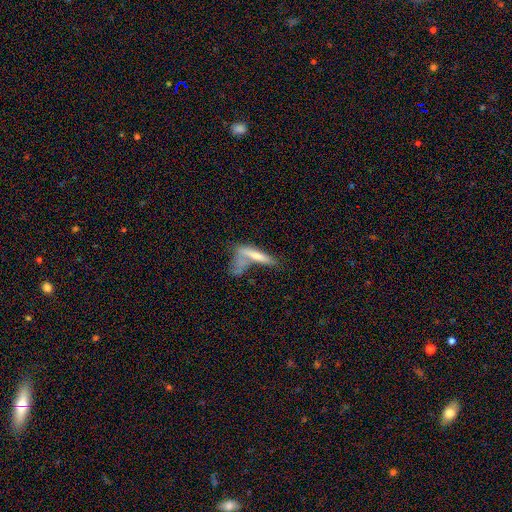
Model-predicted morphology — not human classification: Overall: smooth (55%; featured or disk 36%). How rounded: cigar-shaped (78%). Merging: merger (38%; none 31%).